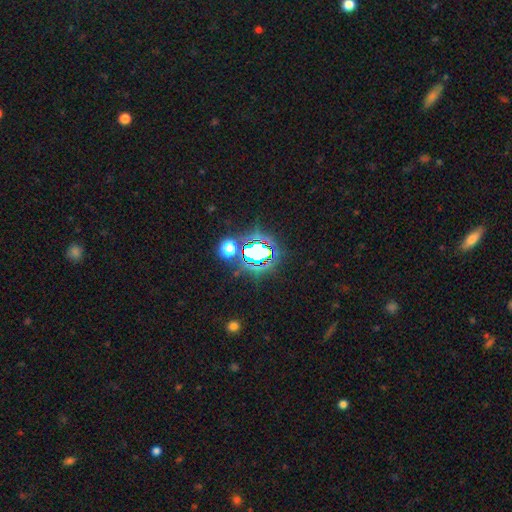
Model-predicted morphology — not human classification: smooth-or-featured: star or artifact: 69% | smooth: 19% | featured or disk: 11%